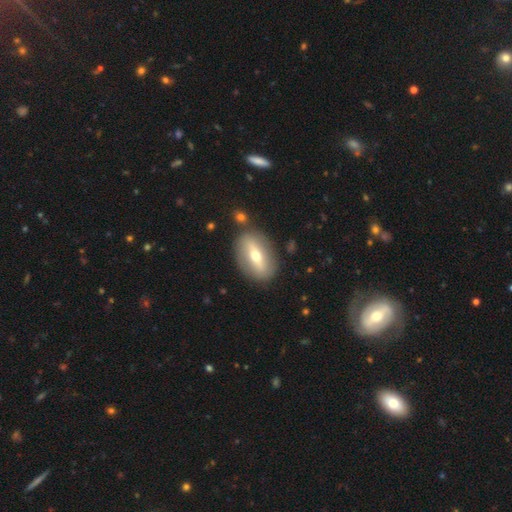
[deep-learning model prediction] Morphology: type=featured or disk (54%); edge-on=no (69%); merging=none (83%).